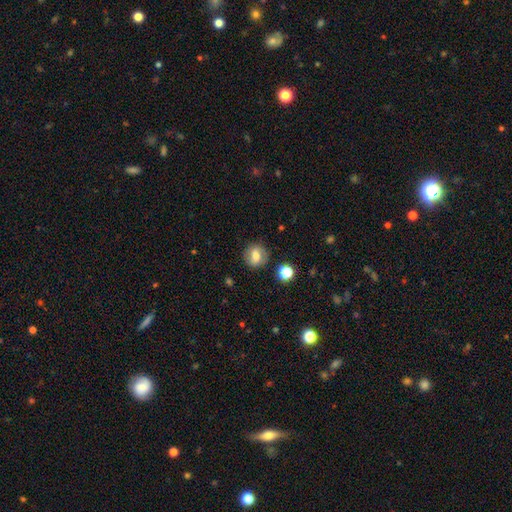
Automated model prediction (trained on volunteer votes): Smooth or featured? smooth (67%)
How rounded? round (82%)
Merging? none (85%)